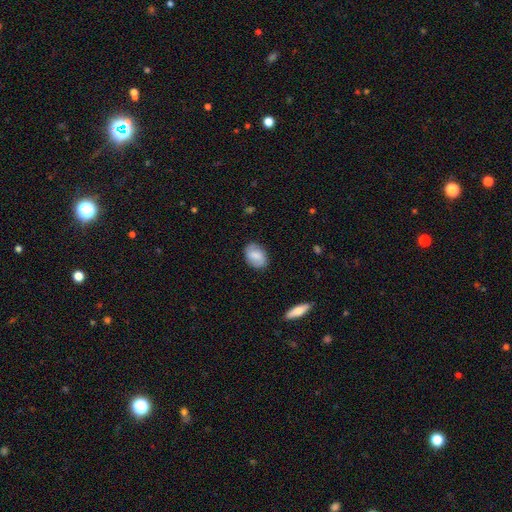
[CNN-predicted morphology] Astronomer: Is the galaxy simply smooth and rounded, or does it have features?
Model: smooth — 67%.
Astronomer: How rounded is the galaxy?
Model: in between — 81%.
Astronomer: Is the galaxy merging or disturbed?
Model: none — 82%.